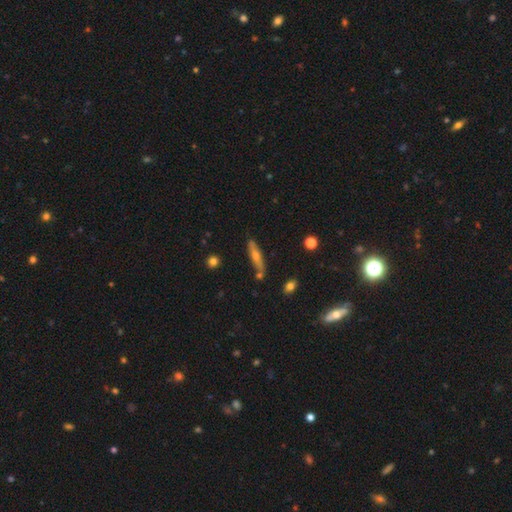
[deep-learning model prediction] A featured or disk galaxy (50%) viewed edge-on (83%). Merging: none (75%).